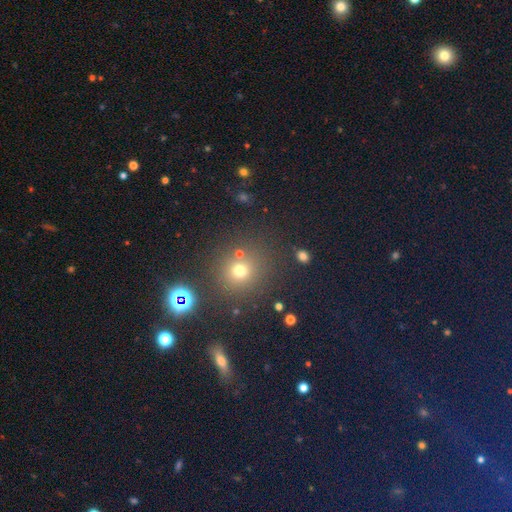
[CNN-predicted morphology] Smooth or featured? smooth (48%)
Merging? none (83%)